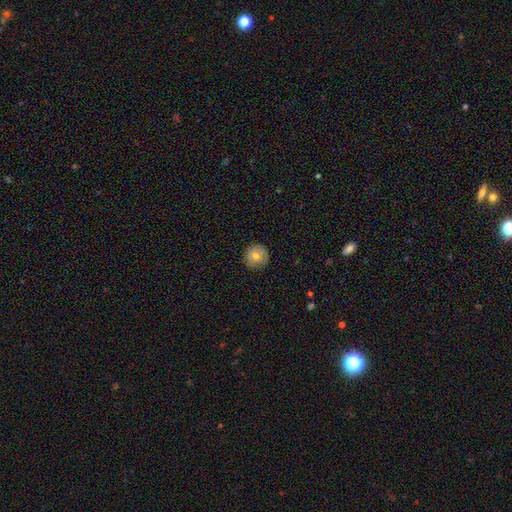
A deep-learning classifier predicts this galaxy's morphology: Smooth or featured? Predicted: smooth (p=0.72). How rounded? Predicted: round (p=0.94). Merging? Predicted: none (p=0.86).